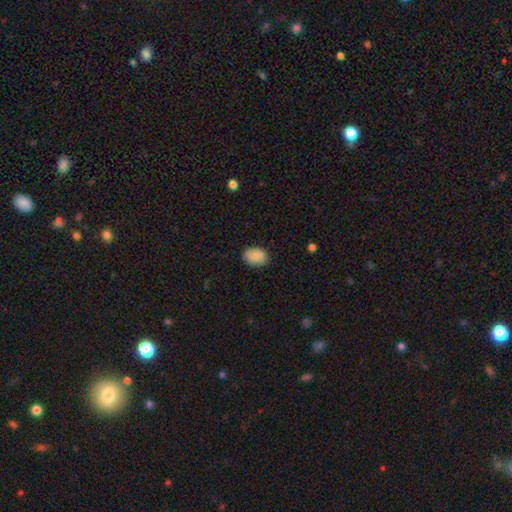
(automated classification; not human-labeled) This is clearly a smooth galaxy (89%). How rounded: likely in between (79%). Merging: clearly none (85%).